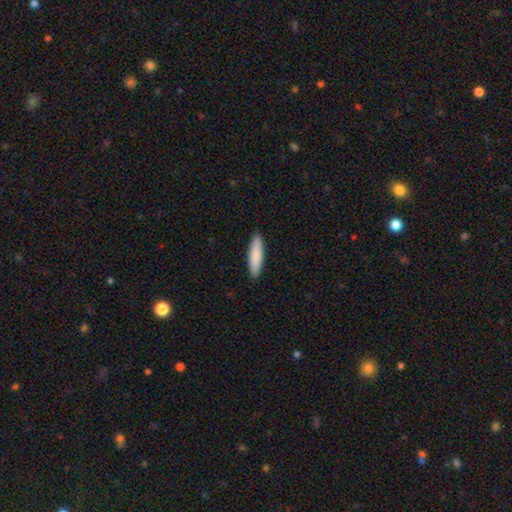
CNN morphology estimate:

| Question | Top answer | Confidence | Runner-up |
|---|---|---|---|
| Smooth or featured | smooth | 86% | featured or disk (9%) |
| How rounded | cigar-shaped | 76% | in between (23%) |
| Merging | none | 91% | minor disturbance (7%) |